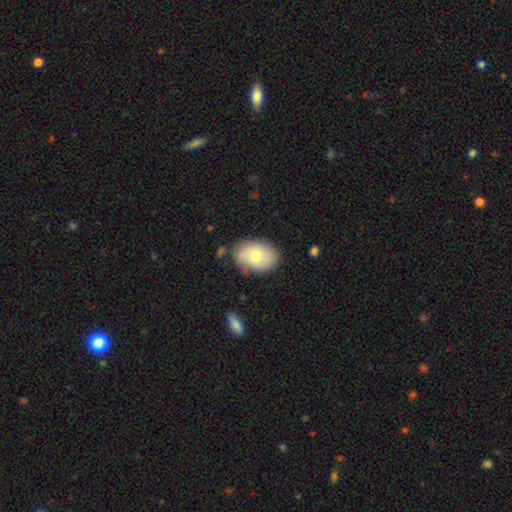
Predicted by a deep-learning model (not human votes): Morphology: type=smooth (66%); roundness=in between (82%); merging=none (79%).